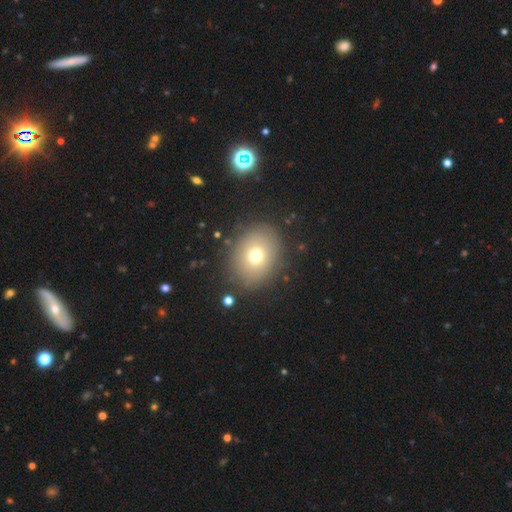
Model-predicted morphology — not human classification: smooth-or-featured: smooth: 71% | featured or disk: 16% | star or artifact: 13%
  how-rounded: round: 53% | in between: 46% | cigar-shaped: 1%
  merging: none: 84% | minor disturbance: 10% | major disturbance: 4% | merger: 2%